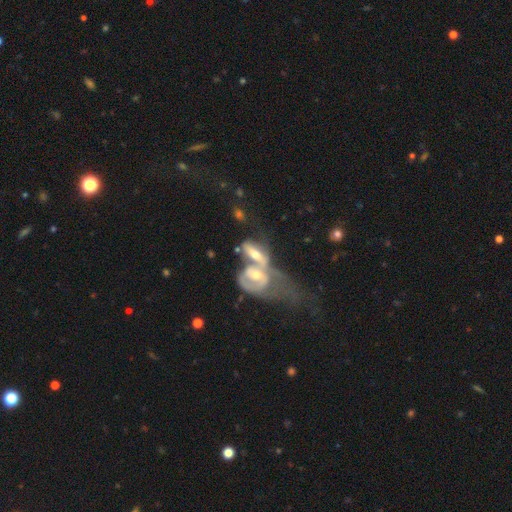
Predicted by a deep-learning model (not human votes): A featured or disk galaxy (68%) with no bar (59%), spiral arms (57%) and a moderate central bulge (62%).

Vote fractions:
- Smooth or featured? featured or disk: 68% / smooth: 25% / star or artifact: 8%
- Edge-on disk? no: 81% / yes: 19%
- Bar? no: 59% / weak: 27% / strong: 14%
- Spiral arms? yes: 57% / no: 43%
- Bulge size? moderate: 62% / small: 28% / large: 6% / none: 2% / dominant: 2%
- Merging? merger: 73% / major disturbance: 11% / none: 10% / minor disturbance: 6%